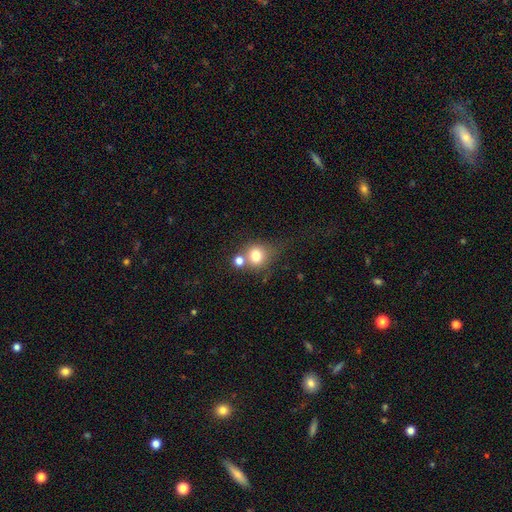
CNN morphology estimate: Smooth or featured?
  - smooth: 77% *
  - star or artifact: 12%
  - featured or disk: 11%
How rounded?
  - round: 77% *
  - in between: 22%
  - cigar-shaped: 1%
Merging?
  - none: 46% *
  - merger: 35%
  - minor disturbance: 13%
  - major disturbance: 6%